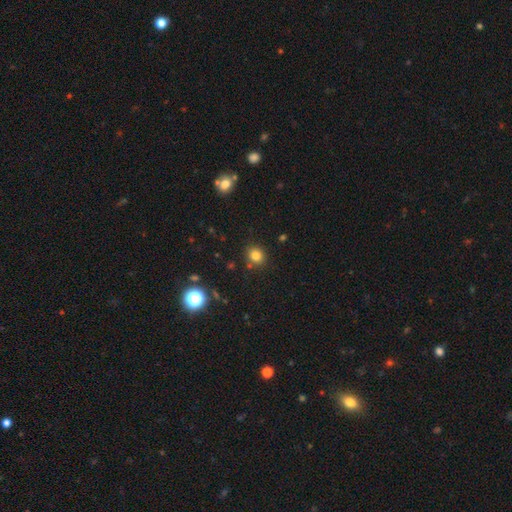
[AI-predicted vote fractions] Q: Smooth or featured?
A: smooth (80%); runner-up: star or artifact (14%)
Q: How rounded?
A: round (78%); runner-up: in between (22%)
Q: Merging?
A: none (83%); runner-up: minor disturbance (9%)